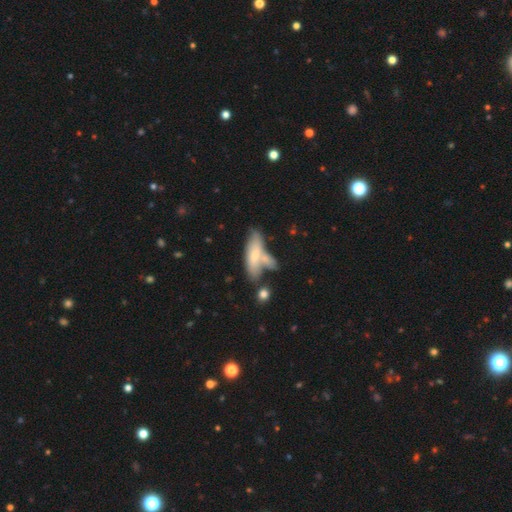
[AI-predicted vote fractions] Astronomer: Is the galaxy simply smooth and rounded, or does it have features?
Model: smooth — 66%.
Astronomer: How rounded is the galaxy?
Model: in between — 55% (runner-up: cigar-shaped, 42%).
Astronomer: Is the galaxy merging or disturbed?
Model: none — 39% (runner-up: merger, 37%).